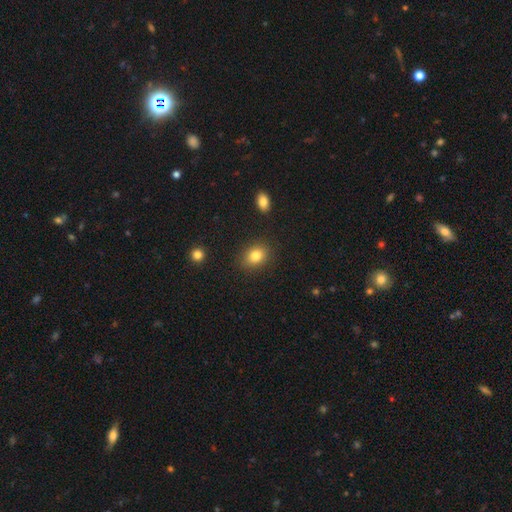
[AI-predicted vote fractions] Q: Smooth or featured?
A: smooth (83%); runner-up: star or artifact (10%)
Q: How rounded?
A: in between (61%); runner-up: round (38%)
Q: Merging?
A: none (86%); runner-up: minor disturbance (10%)